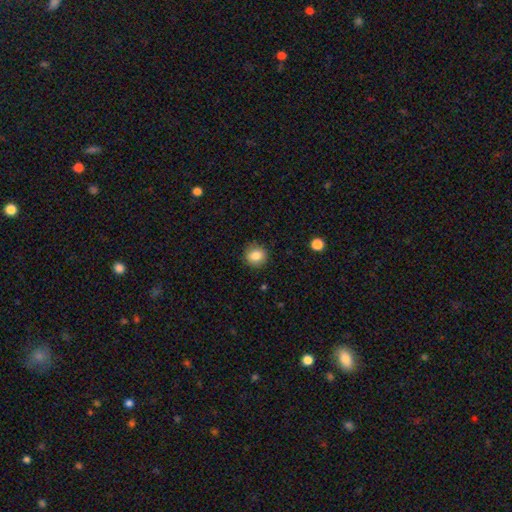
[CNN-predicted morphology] Smooth or featured?
  - smooth: 85% *
  - star or artifact: 9%
  - featured or disk: 5%
How rounded?
  - round: 88% *
  - in between: 11%
  - cigar-shaped: 1%
Merging?
  - none: 88% *
  - minor disturbance: 9%
  - major disturbance: 2%
  - merger: 1%